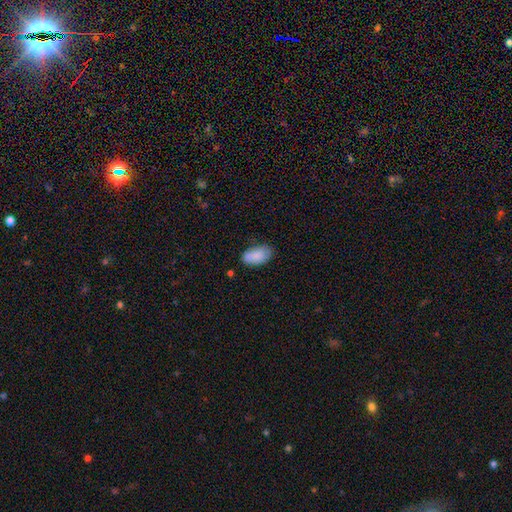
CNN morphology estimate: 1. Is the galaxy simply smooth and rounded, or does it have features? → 83% smooth, 10% featured or disk, 7% star or artifact.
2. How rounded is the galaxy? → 94% in between, 4% round, 2% cigar-shaped.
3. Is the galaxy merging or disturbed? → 70% none, 23% minor disturbance, 4% major disturbance, 2% merger.